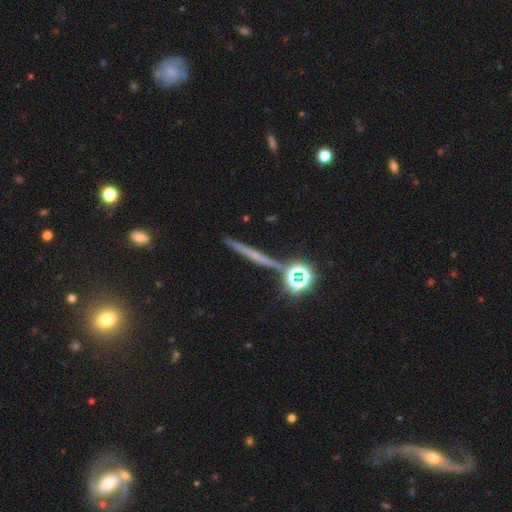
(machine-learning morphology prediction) featured or disk 49%, smooth 31%, star or artifact 21%. Down the decision tree: merging — none (86%).